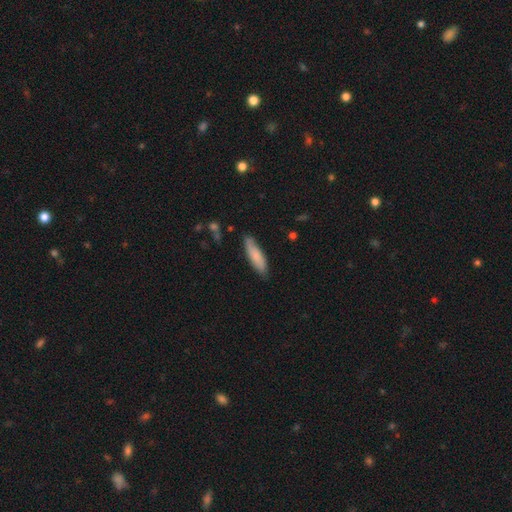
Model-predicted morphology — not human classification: This is clearly a smooth galaxy (81%). How rounded: likely cigar-shaped (66%). Merging: clearly none (80%).